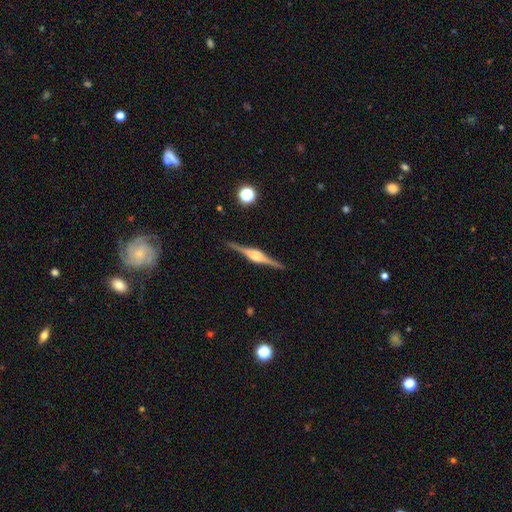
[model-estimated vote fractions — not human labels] smooth-or-featured: featured or disk: 88% | smooth: 7% | star or artifact: 5%
  disk-edge-on: yes: 98% | no: 2%
    edge-on-bulge: rounded: 78% | boxy: 20% | none: 2%
  merging: none: 91% | minor disturbance: 7% | major disturbance: 1% | merger: 1%